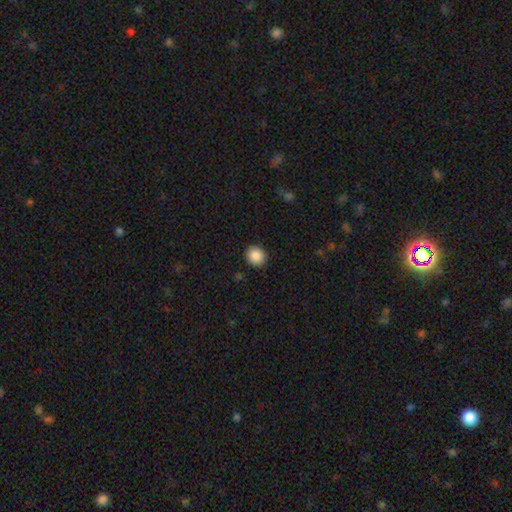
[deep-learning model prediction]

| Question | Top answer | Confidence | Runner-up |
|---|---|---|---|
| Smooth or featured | smooth | 88% | star or artifact (9%) |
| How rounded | round | 82% | in between (17%) |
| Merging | none | 91% | minor disturbance (6%) |